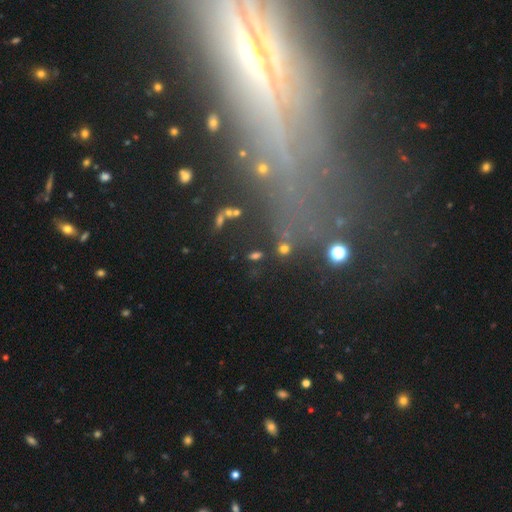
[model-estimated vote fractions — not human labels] Smooth or featured? Predicted: smooth (p=0.58). How rounded? Predicted: in between (p=0.63). Merging? Predicted: none (p=0.68).